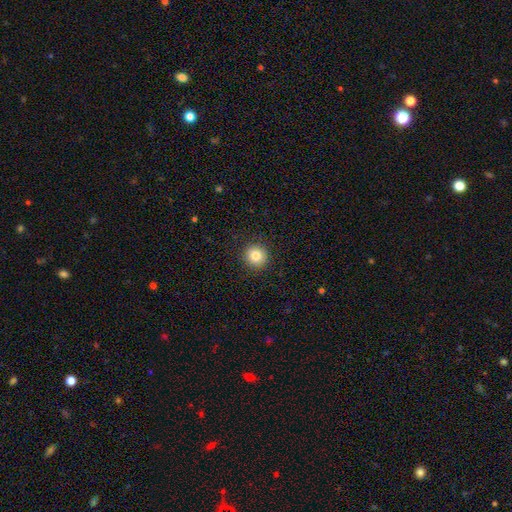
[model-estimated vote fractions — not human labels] Smooth or featured: smooth — 83% (star or artifact — 10%)
How rounded: round — 93% (in between — 6%)
Merging: none — 91% (minor disturbance — 6%)